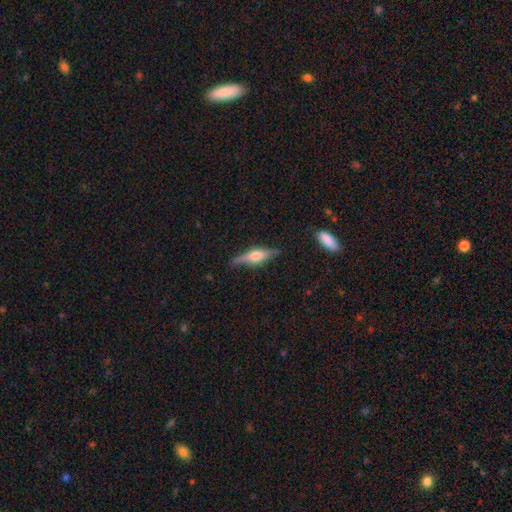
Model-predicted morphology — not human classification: This is likely a featured or disk galaxy (69%). It is clearly viewed edge-on (96%). Edge-on bulge: clearly rounded (86%). Merging: clearly none (84%).